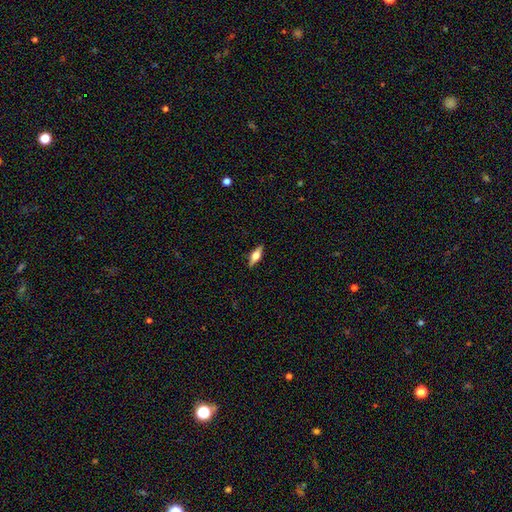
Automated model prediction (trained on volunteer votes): This appears to be a featured or disk galaxy (50%) viewed edge-on (92%). Merging: none (89%).